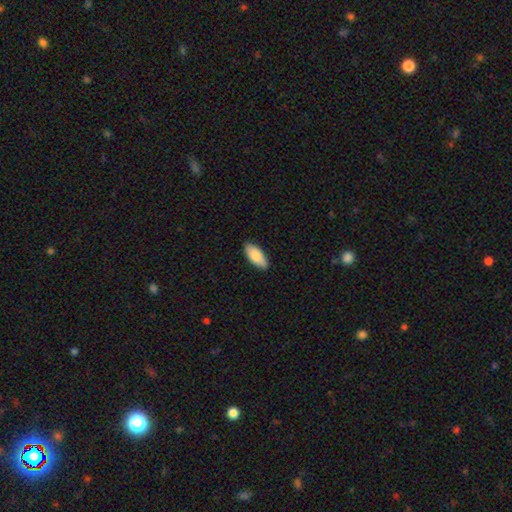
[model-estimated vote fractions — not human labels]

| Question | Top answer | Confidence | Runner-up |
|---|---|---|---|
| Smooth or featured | smooth | 86% | featured or disk (9%) |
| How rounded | in between | 87% | cigar-shaped (11%) |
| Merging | none | 87% | minor disturbance (10%) |